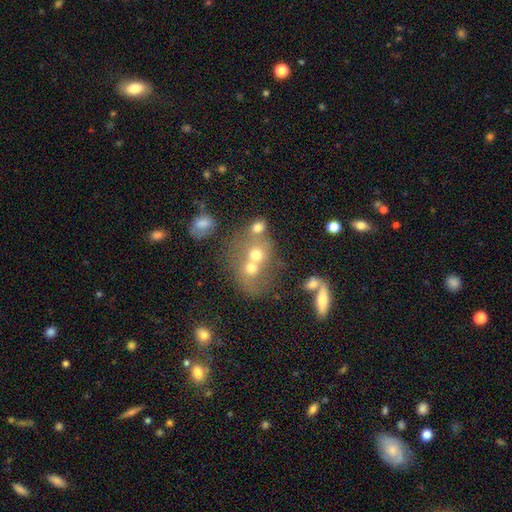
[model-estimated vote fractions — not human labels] Overall: smooth (56%; featured or disk 28%). How rounded: round (66%; in between 33%). Merging: merger (60%; none 25%).